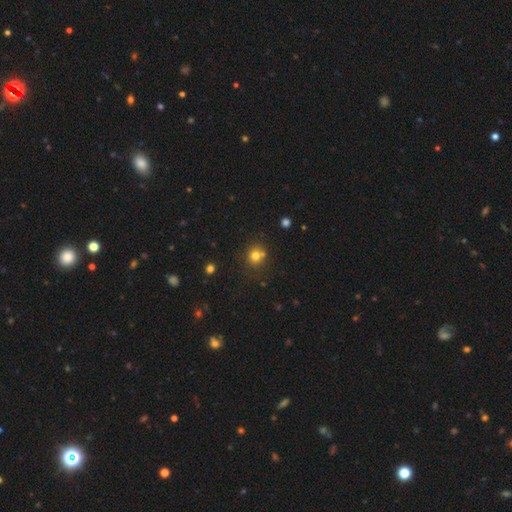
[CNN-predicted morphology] Smooth or featured?
  - smooth: 75% *
  - star or artifact: 16%
  - featured or disk: 9%
How rounded?
  - round: 86% *
  - in between: 13%
  - cigar-shaped: 1%
Merging?
  - none: 66% *
  - merger: 20%
  - minor disturbance: 10%
  - major disturbance: 3%